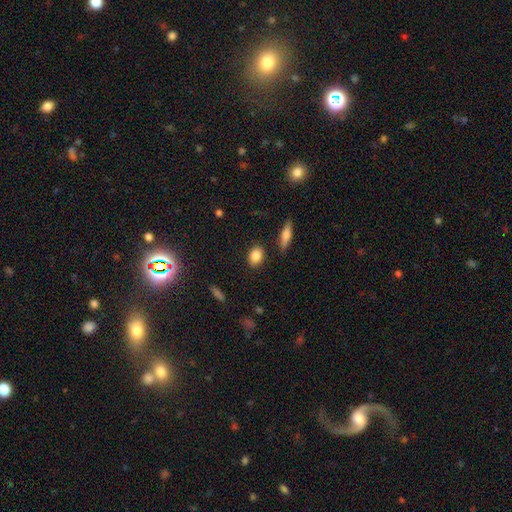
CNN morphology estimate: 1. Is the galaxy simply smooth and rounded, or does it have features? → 85% smooth, 8% star or artifact, 7% featured or disk.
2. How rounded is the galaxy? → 69% in between, 28% round, 3% cigar-shaped.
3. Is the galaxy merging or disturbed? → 86% none, 9% minor disturbance, 2% major disturbance, 2% merger.